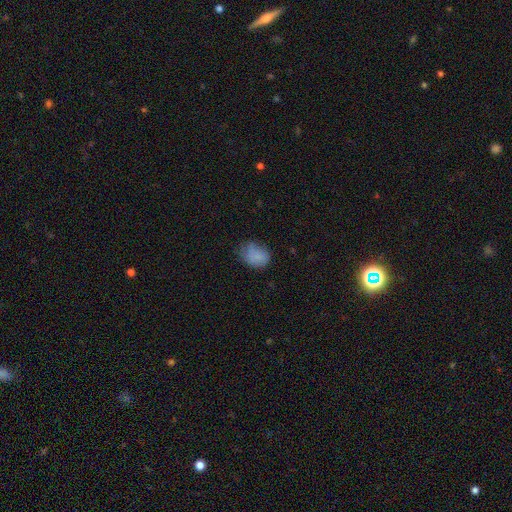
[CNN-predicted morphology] Overall: smooth (81%). How rounded: in between (66%; round 33%). Merging: none (50%; minor disturbance 35%).